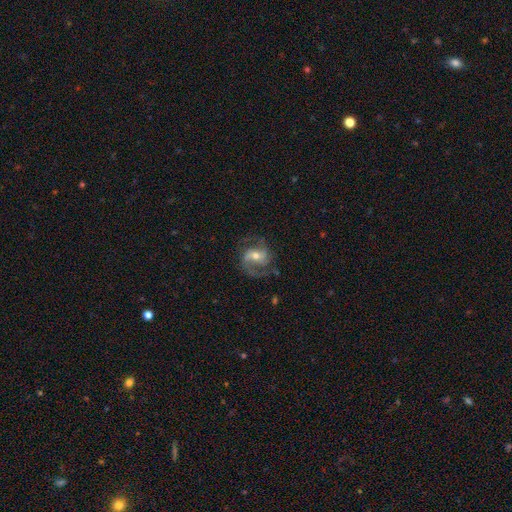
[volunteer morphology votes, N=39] This is clearly a featured or disk galaxy (85%). It is clearly not viewed edge-on (97%). Bar: likely weak (62%). Spiral arm pattern: clearly yes (100%). Spiral arm count: clearly 2 (84%). Spiral winding: likely medium (72%). Central bulge: possibly moderate (59%). Merging: likely none (76%).